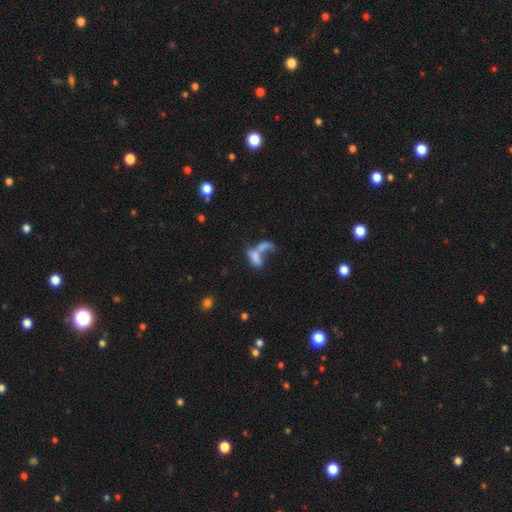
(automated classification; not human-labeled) Smooth or featured: smooth — 63% (featured or disk — 25%)
How rounded: in between — 79% (cigar-shaped — 14%)
Merging: merger — 65% (none — 15%)